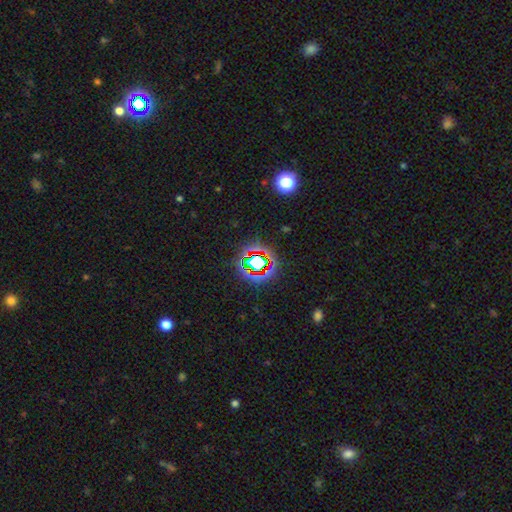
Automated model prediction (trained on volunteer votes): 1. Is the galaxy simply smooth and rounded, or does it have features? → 78% star or artifact, 12% smooth, 10% featured or disk.